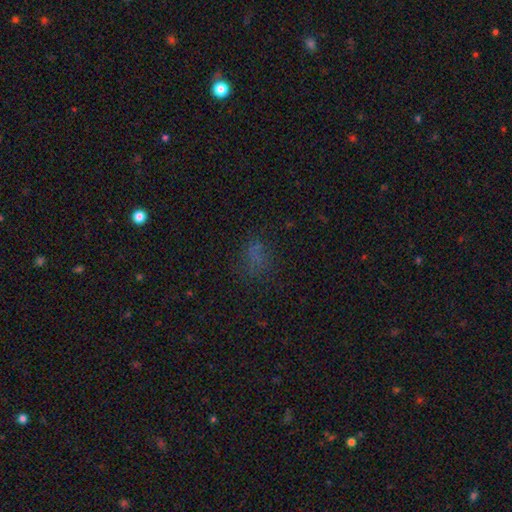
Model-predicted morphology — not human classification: The model was most divided on "smooth or featured": smooth: 52%, star or artifact: 34%, featured or disk: 14%. More confident: merging — none (65%); how rounded — in between (60%).